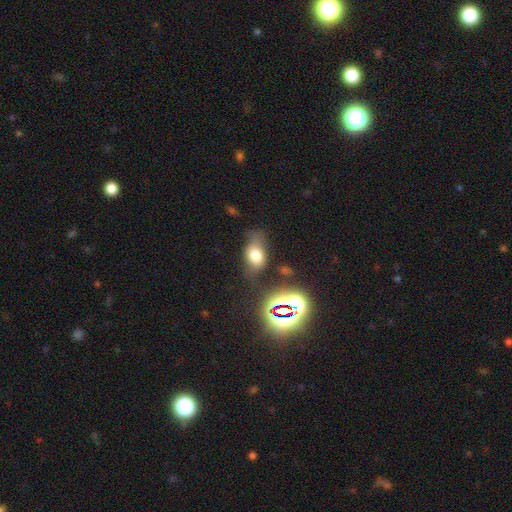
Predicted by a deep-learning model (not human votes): Smooth or featured? smooth (65%)
How rounded? in between (82%)
Merging? none (53%)